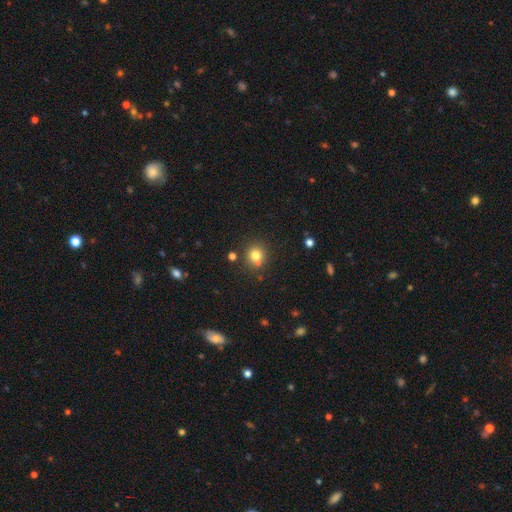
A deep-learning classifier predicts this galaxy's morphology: Smooth or featured?
  - smooth: 78% *
  - star or artifact: 14%
  - featured or disk: 8%
How rounded?
  - round: 88% *
  - in between: 11%
  - cigar-shaped: 1%
Merging?
  - none: 76% *
  - merger: 11%
  - minor disturbance: 10%
  - major disturbance: 3%